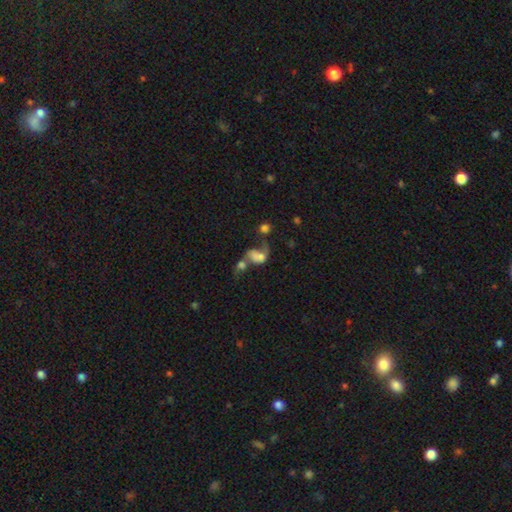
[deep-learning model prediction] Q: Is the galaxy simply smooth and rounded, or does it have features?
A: smooth — 46%.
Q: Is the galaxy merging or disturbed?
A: merger — 57%.